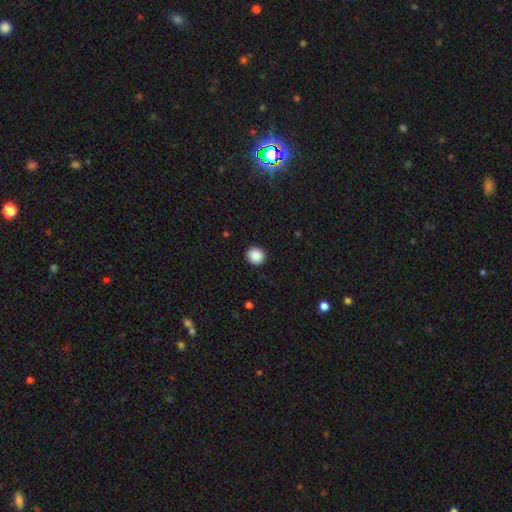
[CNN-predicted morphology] type=smooth (89%); roundness=round (89%); merging=none (92%).